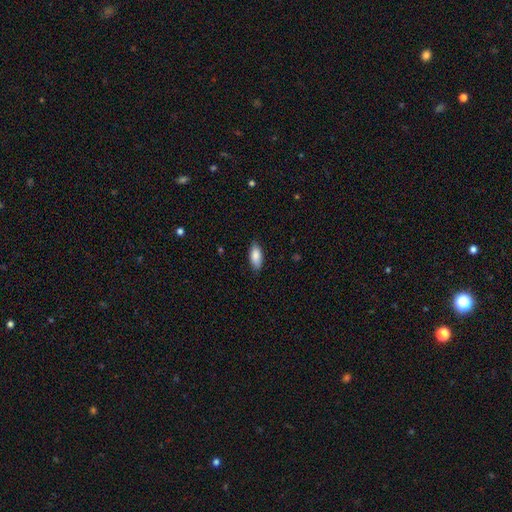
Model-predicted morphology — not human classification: type=smooth (87%); roundness=in between (86%); merging=none (84%).